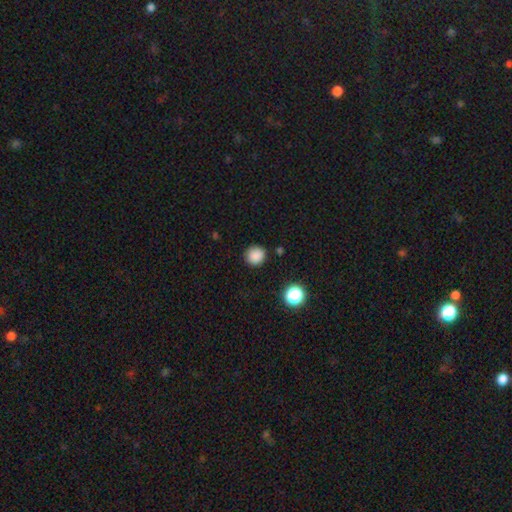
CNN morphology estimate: smooth-or-featured: smooth: 85% | star or artifact: 12% | featured or disk: 3%
  how-rounded: round: 89% | in between: 10% | cigar-shaped: 1%
  merging: none: 87% | minor disturbance: 8% | major disturbance: 2% | merger: 2%